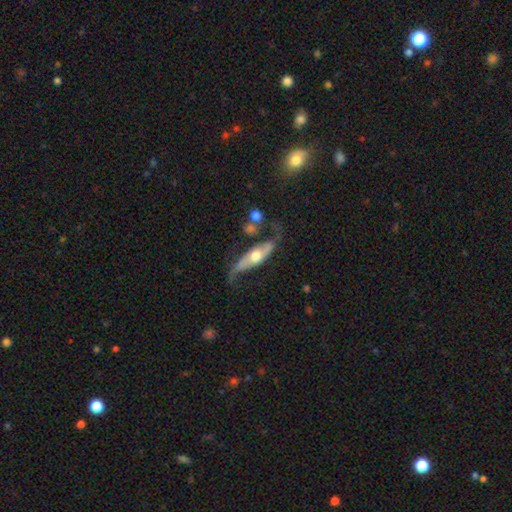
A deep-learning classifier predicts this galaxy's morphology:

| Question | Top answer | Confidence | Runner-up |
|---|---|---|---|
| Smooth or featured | featured or disk | 69% | smooth (26%) |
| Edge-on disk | no | 64% | yes (36%) |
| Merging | none | 44% | minor disturbance (26%) |